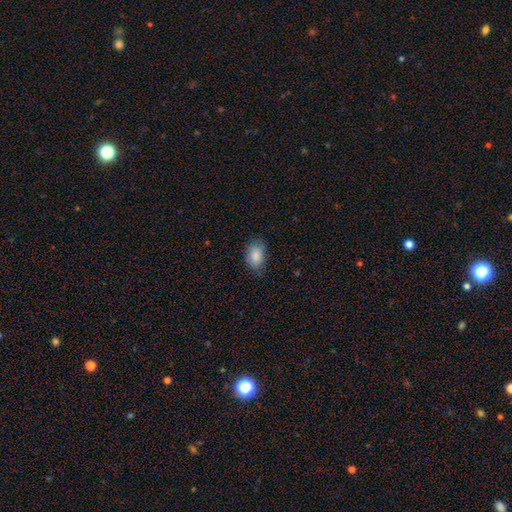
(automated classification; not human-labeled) Smooth or featured? Predicted: smooth (p=0.87). How rounded? Predicted: in between (p=0.88). Merging? Predicted: none (p=0.75).